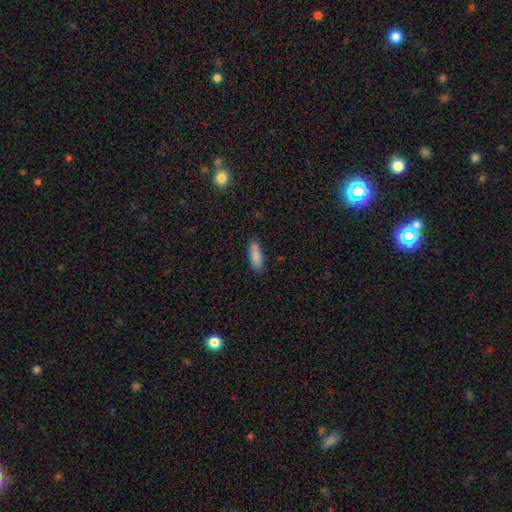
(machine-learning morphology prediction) smooth_or_featured: smooth (p=0.85) [alt: featured or disk p=0.08]
how_rounded: in between (p=0.63) [alt: cigar-shaped p=0.35]
merging: none (p=0.75) [alt: minor disturbance p=0.16]